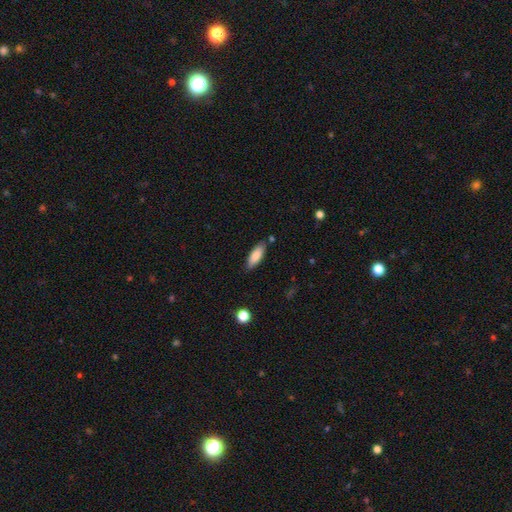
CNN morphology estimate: Q: Smooth or featured?
A: smooth (83%); runner-up: featured or disk (11%)
Q: How rounded?
A: in between (64%); runner-up: cigar-shaped (34%)
Q: Merging?
A: none (82%); runner-up: minor disturbance (12%)